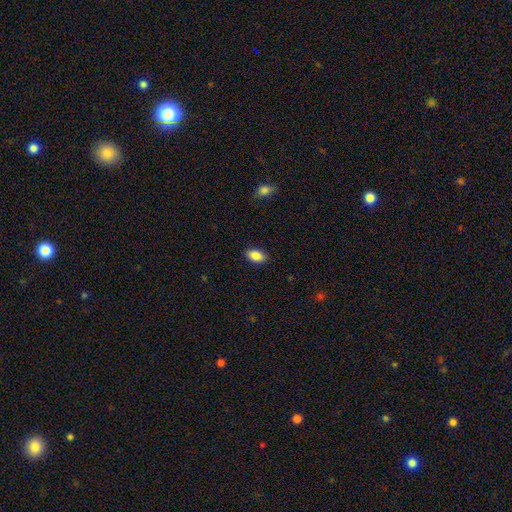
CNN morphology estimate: A smooth galaxy with no disk features (88%) that is in between round and cigar-shaped (91%).

Vote fractions:
- Smooth or featured? smooth: 88% / star or artifact: 7% / featured or disk: 5%
- How rounded? in between: 91% / round: 7% / cigar-shaped: 2%
- Merging? none: 88% / minor disturbance: 9% / major disturbance: 2% / merger: 1%